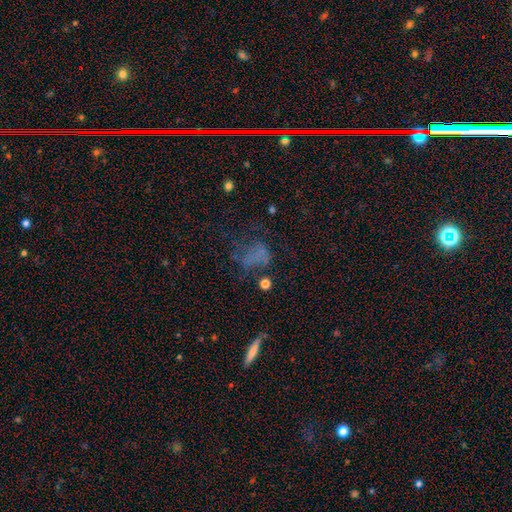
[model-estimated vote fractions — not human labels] Overall: smooth (44%; featured or disk 31%). Merging: none (38%; major disturbance 35%).